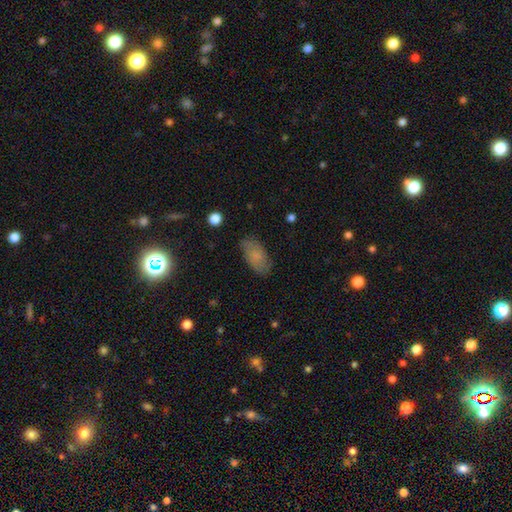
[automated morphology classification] Q: Smooth or featured?
A: smooth (74%); runner-up: featured or disk (17%)
Q: How rounded?
A: in between (92%); runner-up: cigar-shaped (4%)
Q: Merging?
A: none (78%); runner-up: minor disturbance (16%)